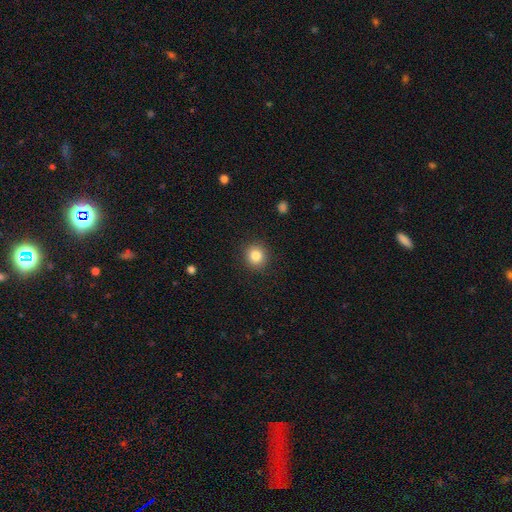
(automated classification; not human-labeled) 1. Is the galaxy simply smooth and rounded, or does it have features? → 84% smooth, 10% star or artifact, 6% featured or disk.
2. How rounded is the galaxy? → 89% round, 11% in between, 1% cigar-shaped.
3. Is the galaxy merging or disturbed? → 90% none, 7% minor disturbance, 2% major disturbance, 1% merger.